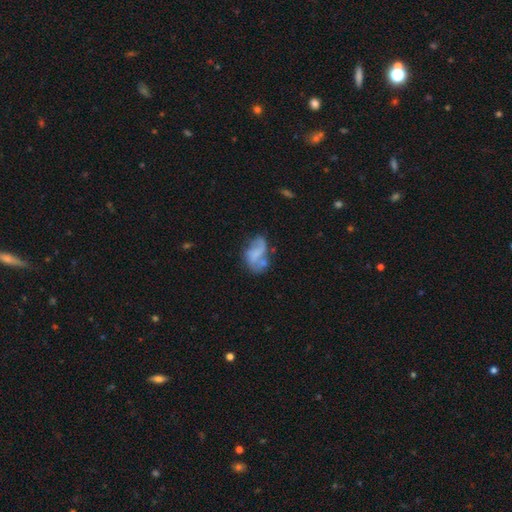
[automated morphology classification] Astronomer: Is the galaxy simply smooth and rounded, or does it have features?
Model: featured or disk — 47% (runner-up: smooth, 44%).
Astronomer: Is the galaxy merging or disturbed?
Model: none — 34% (runner-up: minor disturbance, 26%).